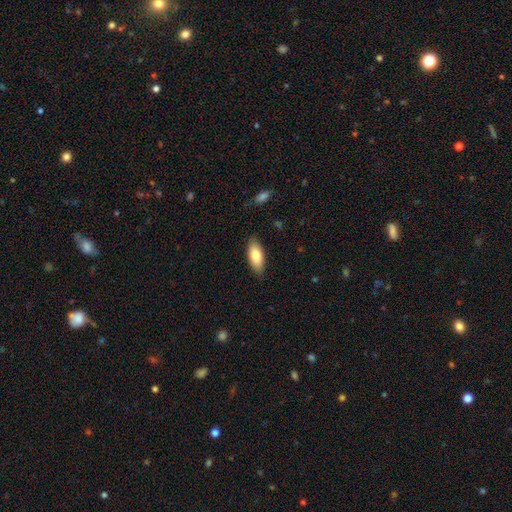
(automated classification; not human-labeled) smooth 81%, featured or disk 13%, star or artifact 6%. Down the decision tree: how rounded — in between (83%); merging — none (87%).